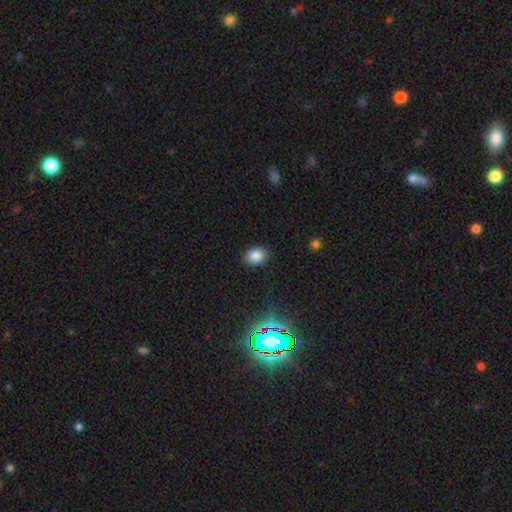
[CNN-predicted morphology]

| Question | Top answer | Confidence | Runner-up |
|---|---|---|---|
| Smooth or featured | smooth | 83% | star or artifact (12%) |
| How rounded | in between | 63% | round (36%) |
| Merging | none | 87% | minor disturbance (9%) |